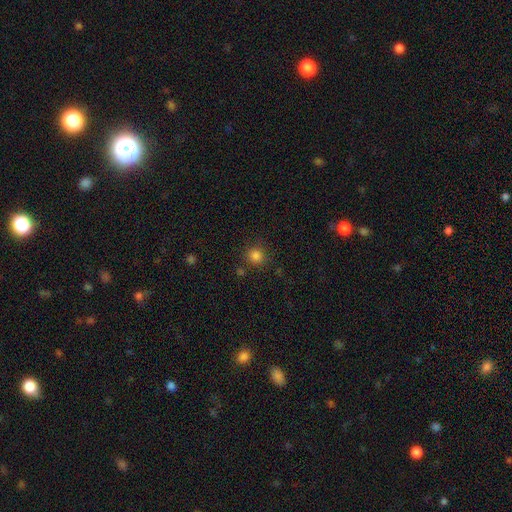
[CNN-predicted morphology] Overall: smooth (83%). How rounded: round (87%). Merging: none (82%).